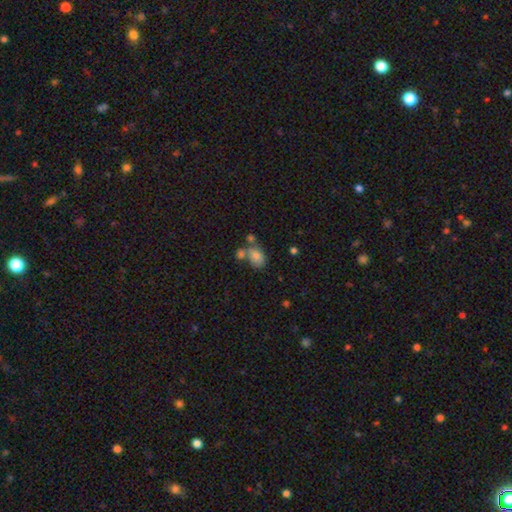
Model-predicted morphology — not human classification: The model was most divided on "merging": none: 42%, merger: 36%, minor disturbance: 16%, major disturbance: 7%. More confident: how rounded — in between (82%); smooth or featured — smooth (79%).